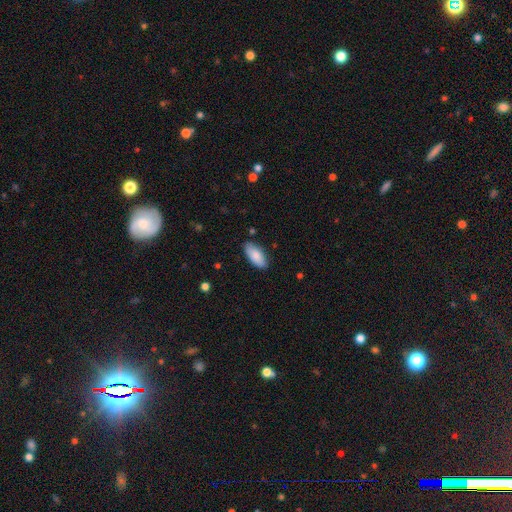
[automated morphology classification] The model was most divided on "merging": none: 85%, minor disturbance: 12%, major disturbance: 2%, merger: 1%. More confident: how rounded — in between (90%); smooth or featured — smooth (85%).